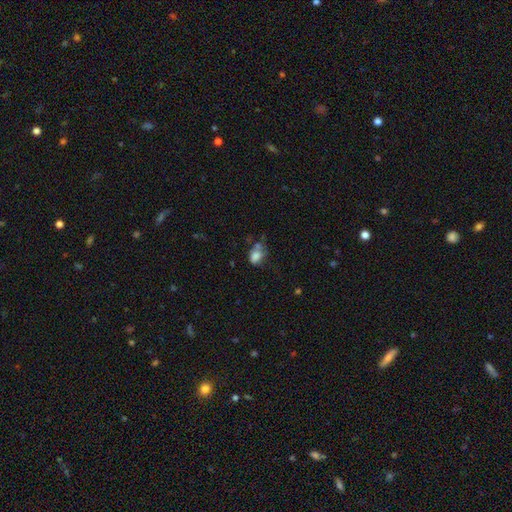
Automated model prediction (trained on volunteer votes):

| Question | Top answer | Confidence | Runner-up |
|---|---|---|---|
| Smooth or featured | smooth | 75% | featured or disk (13%) |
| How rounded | in between | 69% | round (30%) |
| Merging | none | 35% | minor disturbance (26%) |